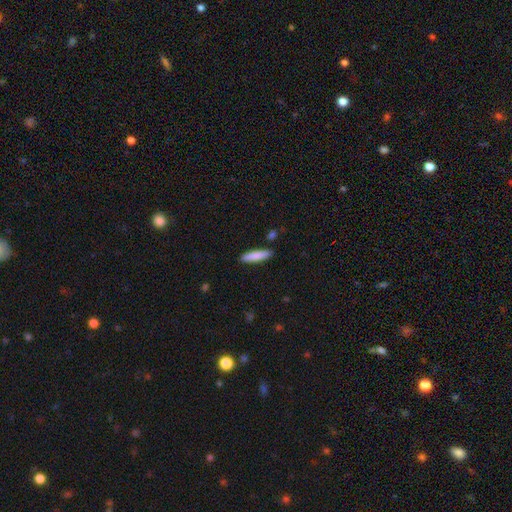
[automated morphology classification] type=smooth (83%); roundness=cigar-shaped (83%); merging=none (88%).